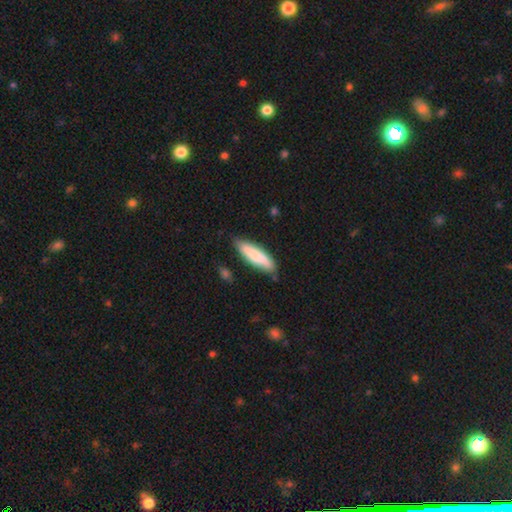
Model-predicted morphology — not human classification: Smooth or featured: smooth — 77% (featured or disk — 18%)
How rounded: cigar-shaped — 64% (in between — 35%)
Merging: none — 78% (minor disturbance — 17%)